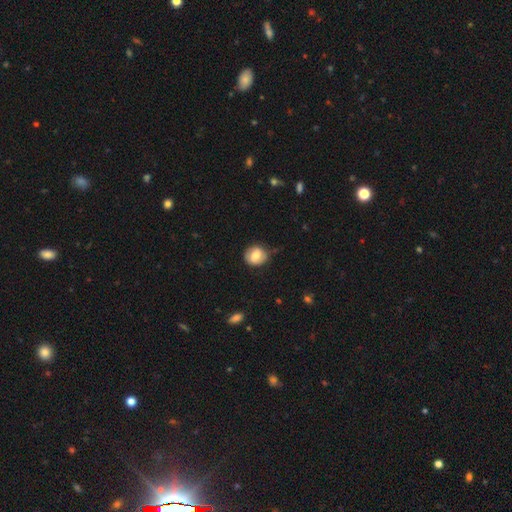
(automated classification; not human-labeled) smooth-or-featured: smooth: 73% | featured or disk: 19% | star or artifact: 8%
  how-rounded: round: 80% | in between: 19% | cigar-shaped: 1%
  merging: none: 72% | minor disturbance: 21% | major disturbance: 5% | merger: 2%